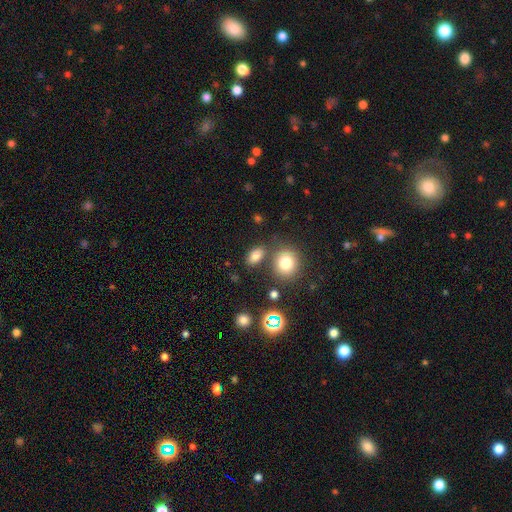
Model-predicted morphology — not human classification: smooth_or_featured: smooth (p=0.78) [alt: star or artifact p=0.15]
how_rounded: in between (p=0.80) [alt: round p=0.18]
merging: none (p=0.73) [alt: minor disturbance p=0.11]